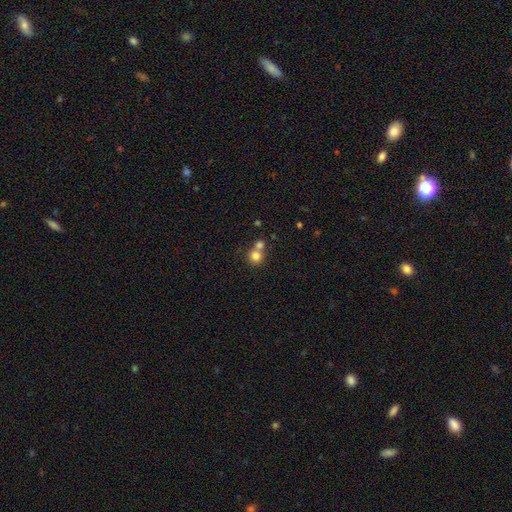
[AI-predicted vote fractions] Morphology: type=smooth (79%); roundness=round (88%); merging=none (46%).